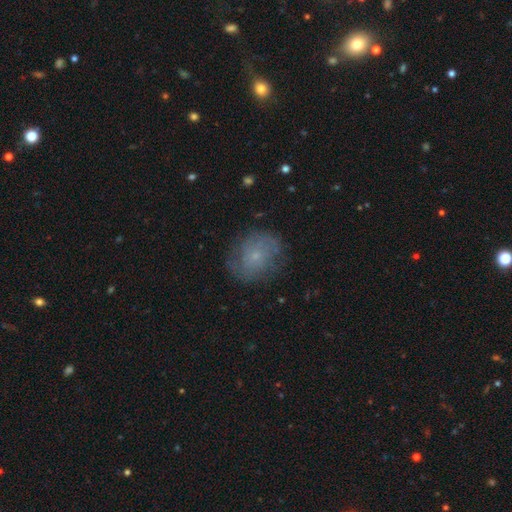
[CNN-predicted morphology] The model was most divided on "smooth or featured" (2-way tie): smooth: 45%, featured or disk: 45%, star or artifact: 10%. More confident: merging — none (72%).